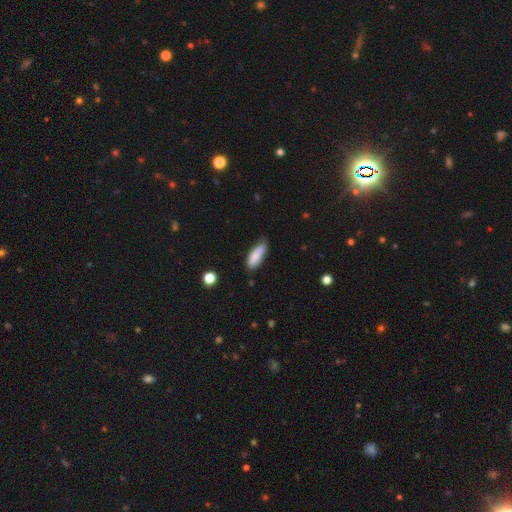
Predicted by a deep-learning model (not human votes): This appears to be a smooth galaxy with no disk features (85%) that is in between round and cigar-shaped (60%). Merging: none (59%).